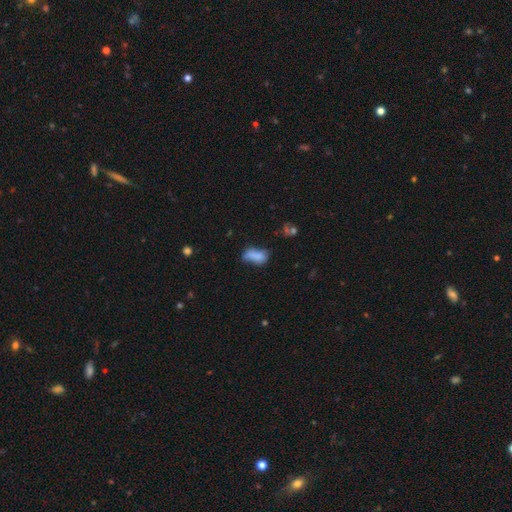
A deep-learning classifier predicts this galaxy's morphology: Smooth or featured? Predicted: smooth (p=0.74). How rounded? Predicted: in between (p=0.88). Merging? Predicted: none (p=0.36).